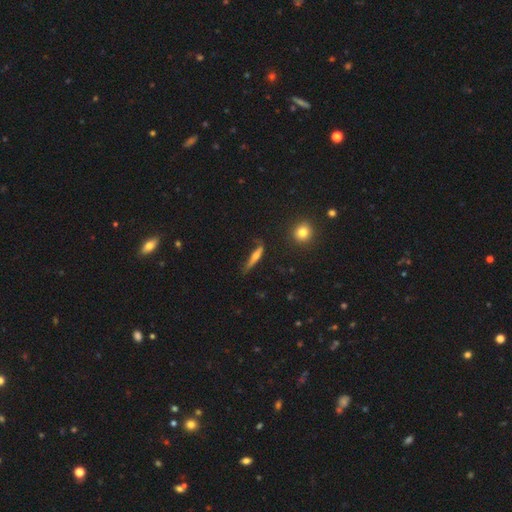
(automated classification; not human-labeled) Smooth or featured?
  - featured or disk: 53% *
  - smooth: 38%
  - star or artifact: 9%
Edge-on disk?
  - yes: 88% *
  - no: 12%
Merging?
  - none: 64% *
  - minor disturbance: 22%
  - major disturbance: 11%
  - merger: 3%